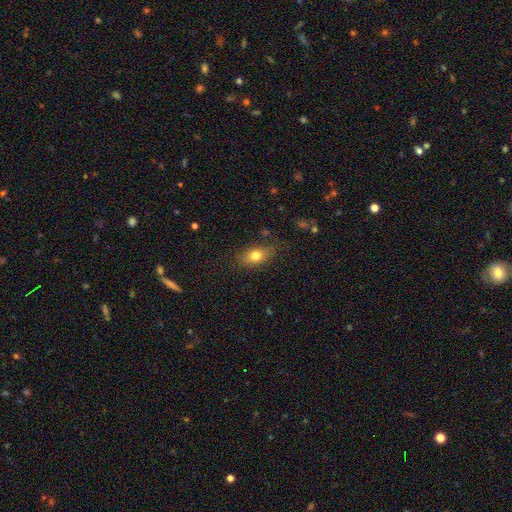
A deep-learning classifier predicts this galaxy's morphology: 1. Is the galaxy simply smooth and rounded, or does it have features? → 77% smooth, 14% featured or disk, 9% star or artifact.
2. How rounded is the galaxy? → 80% in between, 15% round, 5% cigar-shaped.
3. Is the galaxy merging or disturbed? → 79% none, 16% minor disturbance, 4% major disturbance, 2% merger.